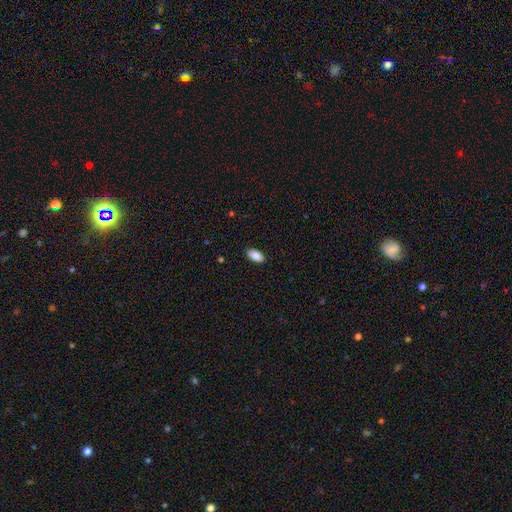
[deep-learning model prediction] Overall: smooth (89%). How rounded: in between (92%). Merging: none (89%).